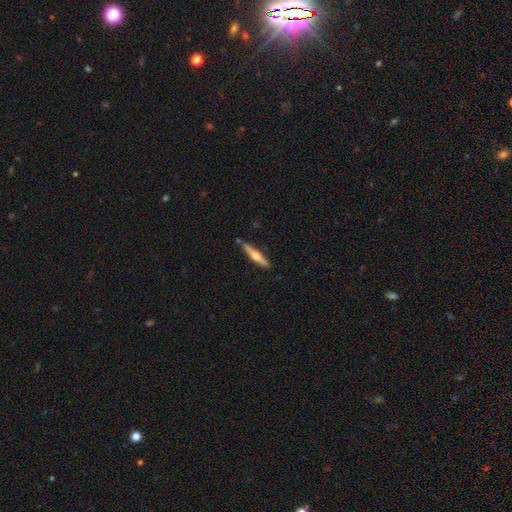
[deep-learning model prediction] smooth_or_featured: featured or disk (p=0.55) [alt: smooth p=0.40]
disk_edge_on: yes (p=0.97) [alt: no p=0.03]
edge_on_bulge: rounded (p=0.90) [alt: none p=0.06]
merging: none (p=0.86) [alt: minor disturbance p=0.09]